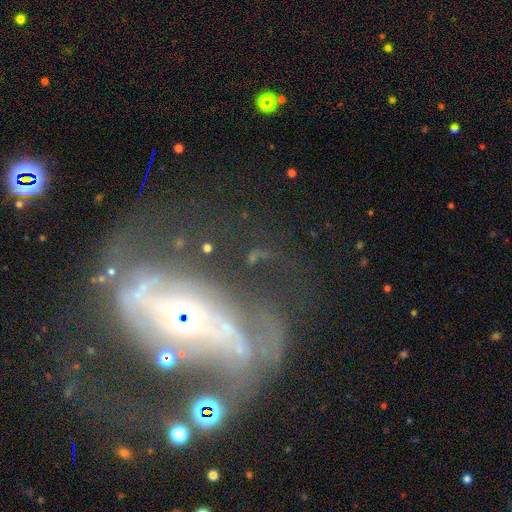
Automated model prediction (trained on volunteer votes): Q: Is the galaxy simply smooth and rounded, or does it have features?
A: featured or disk — 54%.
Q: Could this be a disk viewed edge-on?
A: no — 84%.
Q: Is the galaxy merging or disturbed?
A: none — 53%.